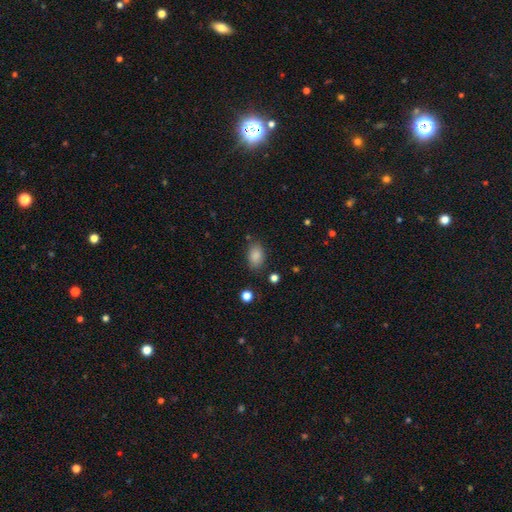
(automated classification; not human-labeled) The model was most divided on "merging": none: 79%, minor disturbance: 14%, major disturbance: 4%, merger: 3%. More confident: how rounded — in between (86%); smooth or featured — smooth (86%).